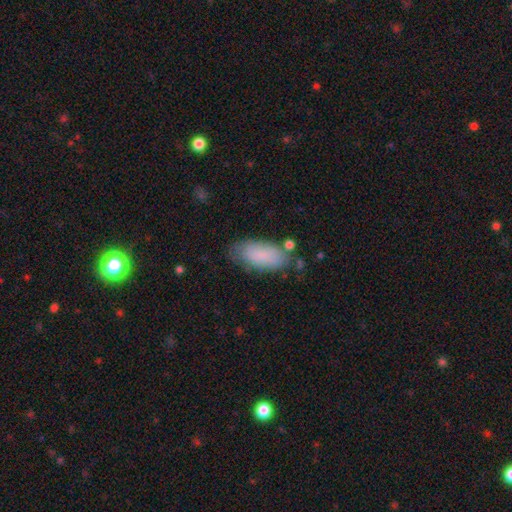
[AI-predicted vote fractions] Morphology: type=smooth (84%); roundness=in between (89%); merging=none (68%).